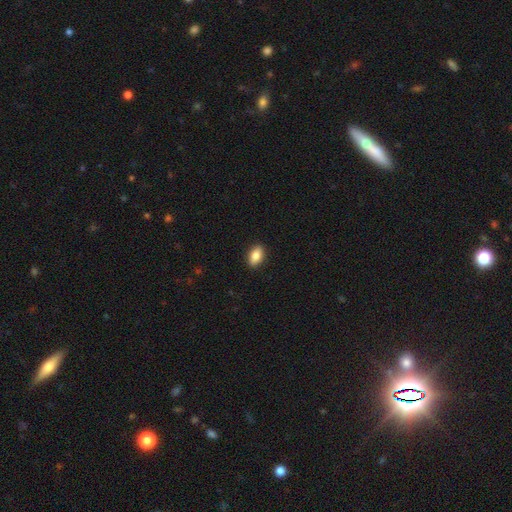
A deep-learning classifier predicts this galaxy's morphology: Smooth or featured?
  - smooth: 86% *
  - featured or disk: 7%
  - star or artifact: 7%
How rounded?
  - in between: 90% *
  - round: 6%
  - cigar-shaped: 4%
Merging?
  - none: 90% *
  - minor disturbance: 7%
  - major disturbance: 2%
  - merger: 1%